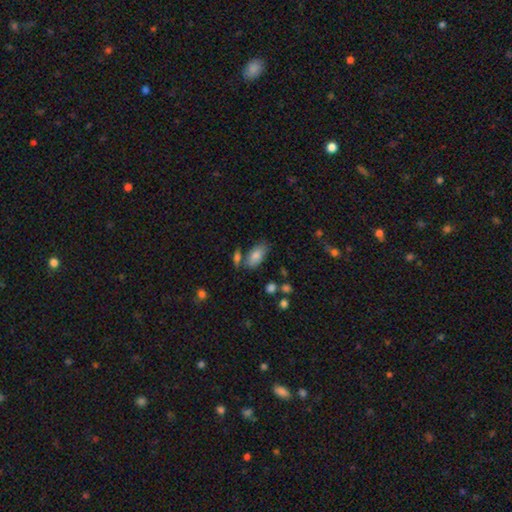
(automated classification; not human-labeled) Smooth or featured?
  - smooth: 81% *
  - featured or disk: 12%
  - star or artifact: 8%
How rounded?
  - in between: 92% *
  - cigar-shaped: 5%
  - round: 3%
Merging?
  - none: 67% *
  - minor disturbance: 16%
  - merger: 13%
  - major disturbance: 5%